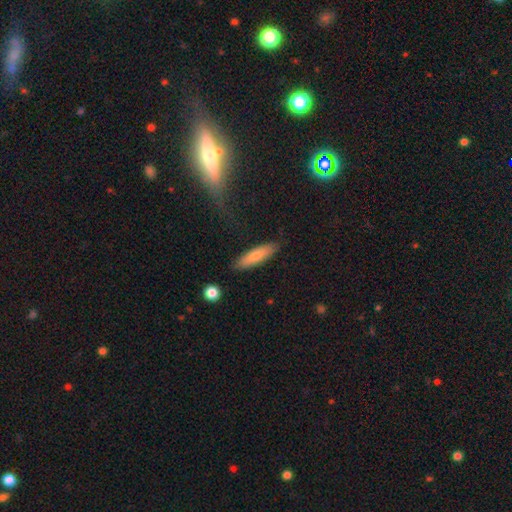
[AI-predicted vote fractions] Q: Smooth or featured?
A: smooth (74%); runner-up: featured or disk (21%)
Q: How rounded?
A: cigar-shaped (64%); runner-up: in between (34%)
Q: Merging?
A: none (84%); runner-up: minor disturbance (11%)